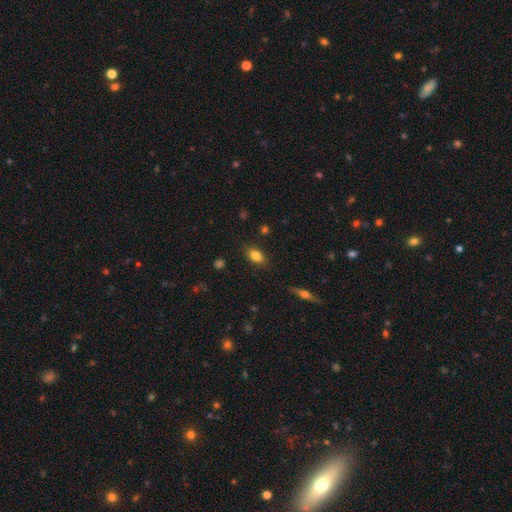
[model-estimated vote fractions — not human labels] Smooth or featured? smooth (82%)
How rounded? in between (85%)
Merging? none (84%)